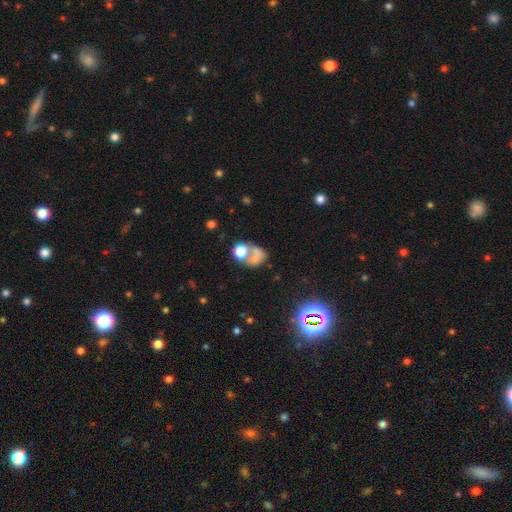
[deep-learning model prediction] Smooth or featured: smooth — 56% (featured or disk — 26%)
How rounded: in between — 49% (tied with round — 49%)
Merging: merger — 48% (none — 24%)